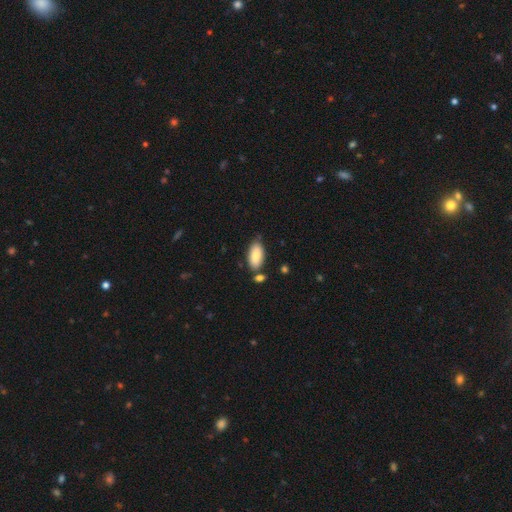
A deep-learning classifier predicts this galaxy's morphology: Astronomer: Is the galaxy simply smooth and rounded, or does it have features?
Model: smooth — 86%.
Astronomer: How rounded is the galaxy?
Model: in between — 92%.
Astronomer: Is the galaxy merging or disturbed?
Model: none — 72%.